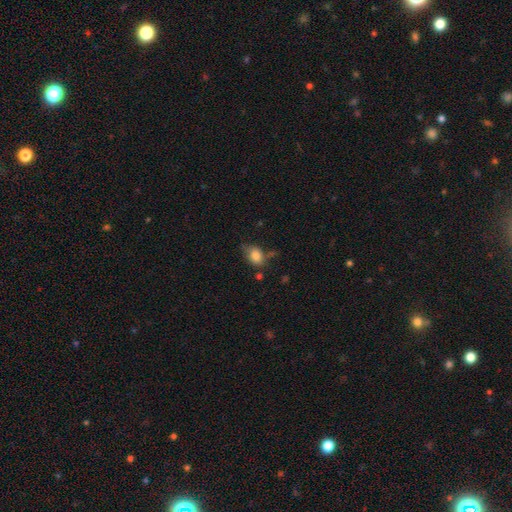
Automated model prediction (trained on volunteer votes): The model was most divided on "merging": none: 53%, minor disturbance: 31%, major disturbance: 10%, merger: 7%. More confident: smooth or featured — smooth (81%); how rounded — in between (68%).